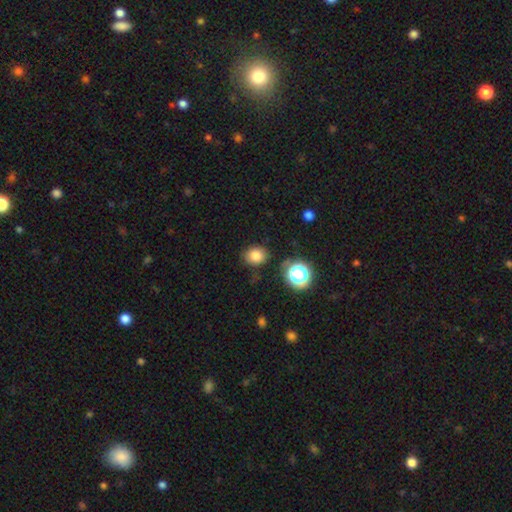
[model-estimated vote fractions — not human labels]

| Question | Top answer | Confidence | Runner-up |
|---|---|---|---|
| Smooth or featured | smooth | 79% | star or artifact (14%) |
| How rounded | round | 65% | in between (35%) |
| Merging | none | 82% | minor disturbance (12%) |